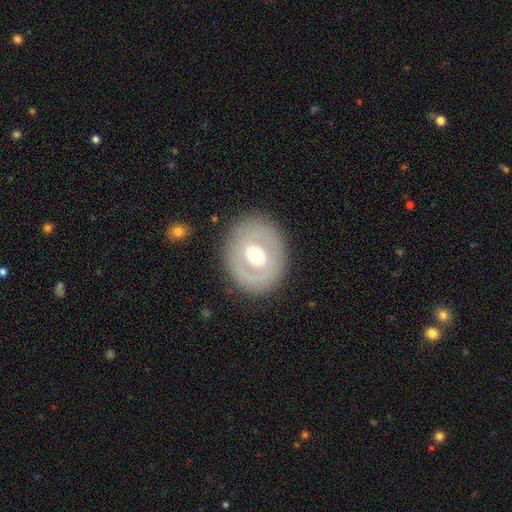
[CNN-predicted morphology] type=featured or disk (58%); edge-on=no (94%); bar=no (49%); spiral arms=no (73%); bulge=moderate (71%); merging=none (83%).